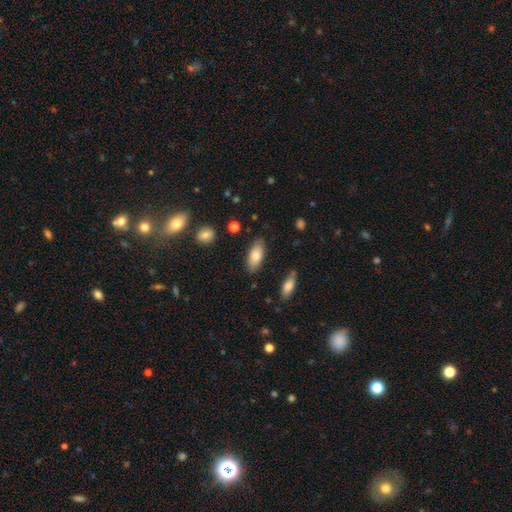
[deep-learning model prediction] A smooth galaxy with no disk features (79%) that is in between round and cigar-shaped (88%).

Vote fractions:
- Smooth or featured? smooth: 79% / featured or disk: 15% / star or artifact: 6%
- How rounded? in between: 88% / cigar-shaped: 10% / round: 2%
- Merging? none: 82% / minor disturbance: 13% / major disturbance: 3% / merger: 2%